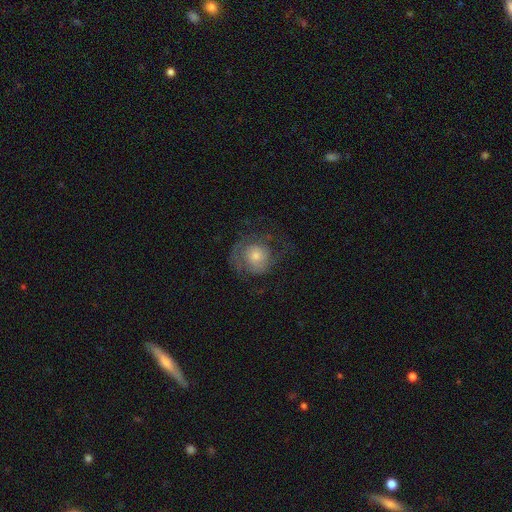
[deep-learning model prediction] smooth-or-featured: featured or disk: 54% | smooth: 38% | star or artifact: 8%
  disk-edge-on: no: 97% | yes: 3%
    bar: no: 81% | weak: 16% | strong: 3%
    has-spiral-arms: yes: 71% | no: 29%
    bulge-size: moderate: 49% | small: 36% | large: 10% | none: 3% | dominant: 2%
  merging: none: 56% | major disturbance: 24% | minor disturbance: 19% | merger: 1%